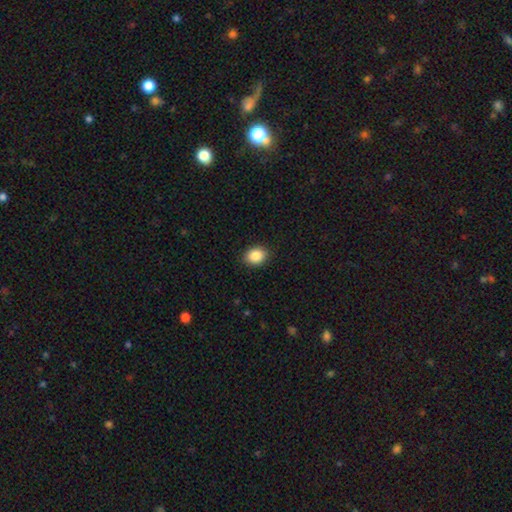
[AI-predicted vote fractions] Morphology: type=smooth (87%); roundness=round (50%); merging=none (89%).